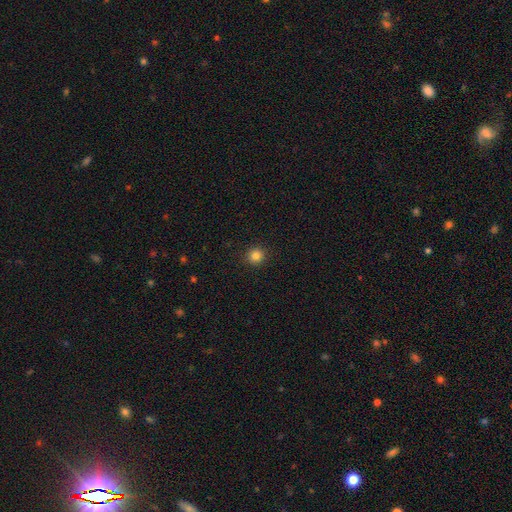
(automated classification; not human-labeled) Morphology: type=smooth (84%); roundness=round (93%); merging=none (92%).